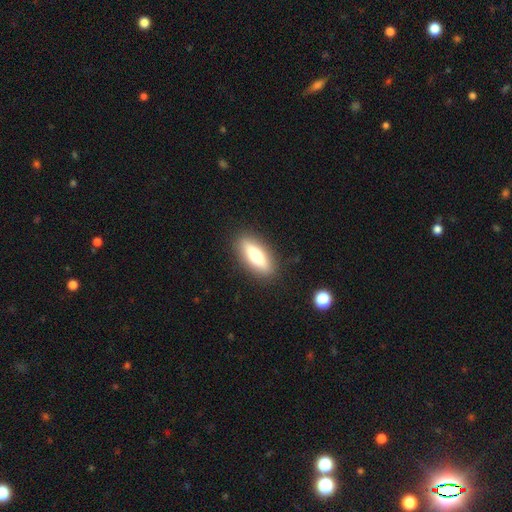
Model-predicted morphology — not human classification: type=smooth (62%); roundness=in between (57%); merging=none (89%).